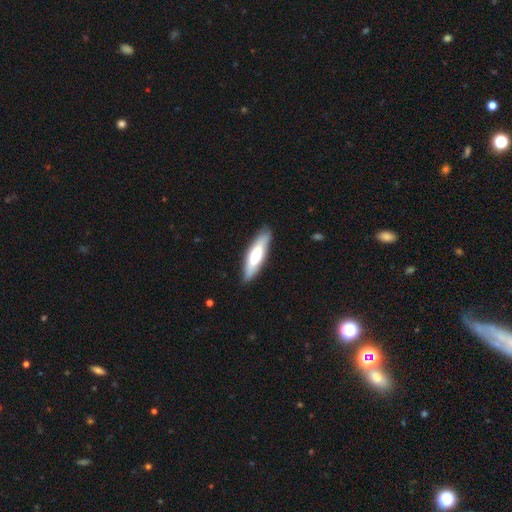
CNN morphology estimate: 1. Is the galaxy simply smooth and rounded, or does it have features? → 59% smooth, 36% featured or disk, 5% star or artifact.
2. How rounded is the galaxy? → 59% cigar-shaped, 39% in between, 2% round.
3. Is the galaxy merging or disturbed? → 85% none, 11% minor disturbance, 2% major disturbance, 1% merger.